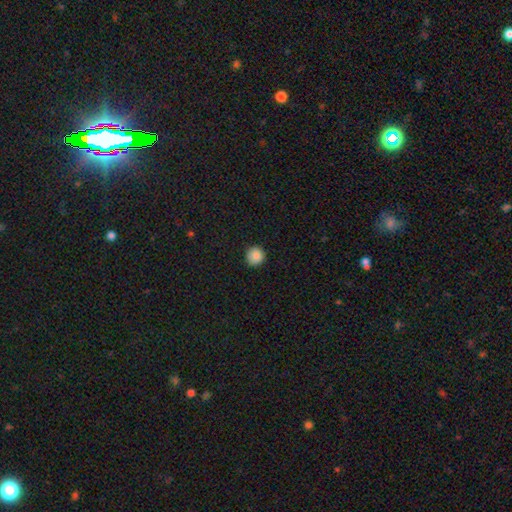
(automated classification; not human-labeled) Morphology: type=smooth (87%); roundness=round (94%); merging=none (91%).